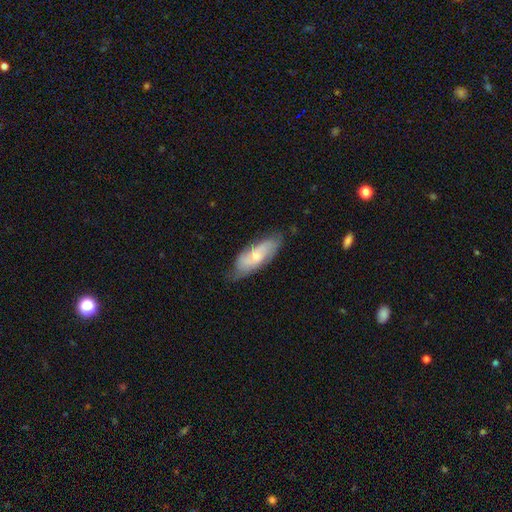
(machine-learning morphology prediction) smooth_or_featured: featured or disk (p=0.48) [alt: smooth p=0.45]
merging: none (p=0.68) [alt: minor disturbance p=0.25]